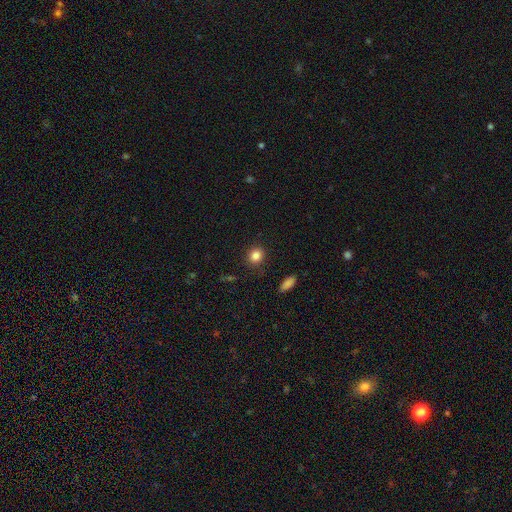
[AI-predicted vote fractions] Smooth or featured? Predicted: smooth (p=0.85). How rounded? Predicted: round (p=0.76). Merging? Predicted: none (p=0.88).